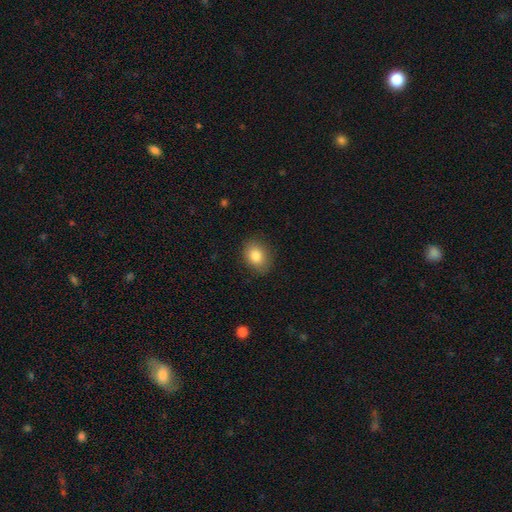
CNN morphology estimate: Smooth or featured: smooth — 85% (star or artifact — 8%)
How rounded: in between — 61% (round — 38%)
Merging: none — 84% (minor disturbance — 12%)